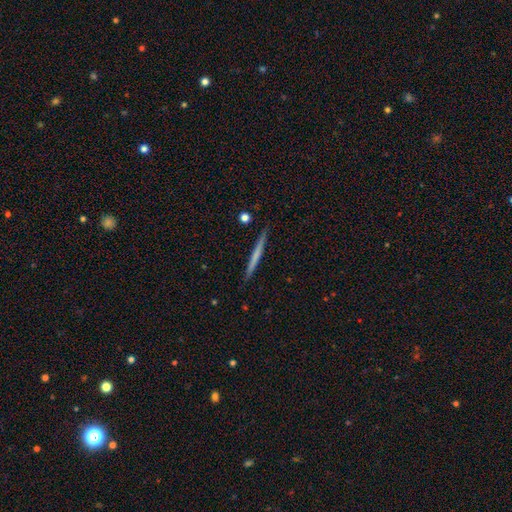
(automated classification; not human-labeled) The model was most divided on "smooth or featured": smooth: 53%, featured or disk: 41%, star or artifact: 5%. More confident: how rounded — cigar-shaped (97%); merging — none (91%).